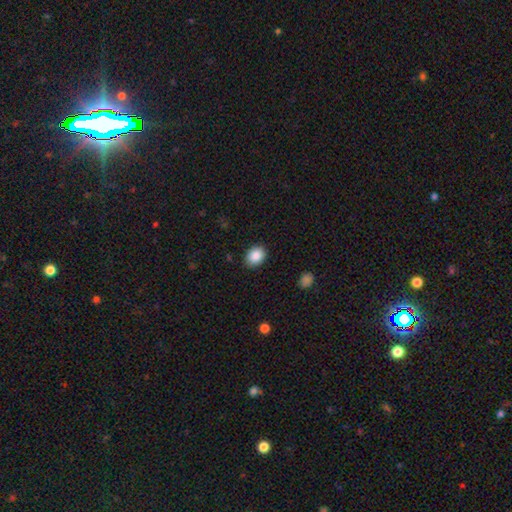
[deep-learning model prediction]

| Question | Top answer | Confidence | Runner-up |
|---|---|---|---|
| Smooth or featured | smooth | 88% | star or artifact (8%) |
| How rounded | in between | 62% | round (37%) |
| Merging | none | 88% | minor disturbance (9%) |